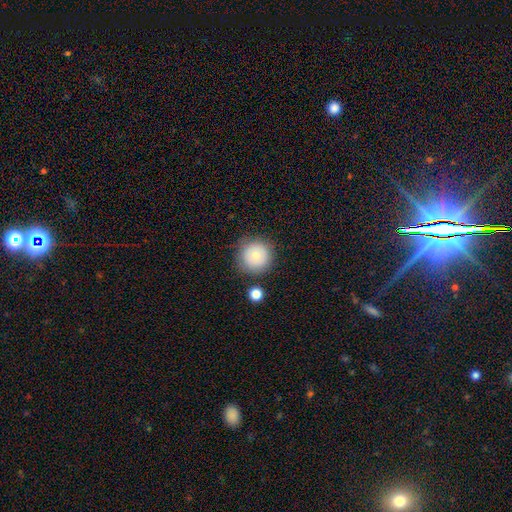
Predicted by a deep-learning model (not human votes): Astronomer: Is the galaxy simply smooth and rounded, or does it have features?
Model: smooth — 76%.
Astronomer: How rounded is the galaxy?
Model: round — 95%.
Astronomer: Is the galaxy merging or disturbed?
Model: none — 82%.